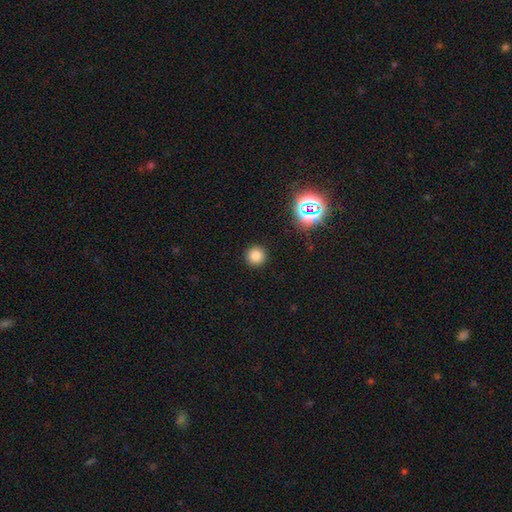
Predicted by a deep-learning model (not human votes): A smooth galaxy with no disk features (79%) that is round (95%).

Vote fractions:
- Smooth or featured? smooth: 79% / star or artifact: 16% / featured or disk: 5%
- How rounded? round: 95% / in between: 4% / cigar-shaped: 1%
- Merging? none: 92% / minor disturbance: 5% / major disturbance: 2% / merger: 1%